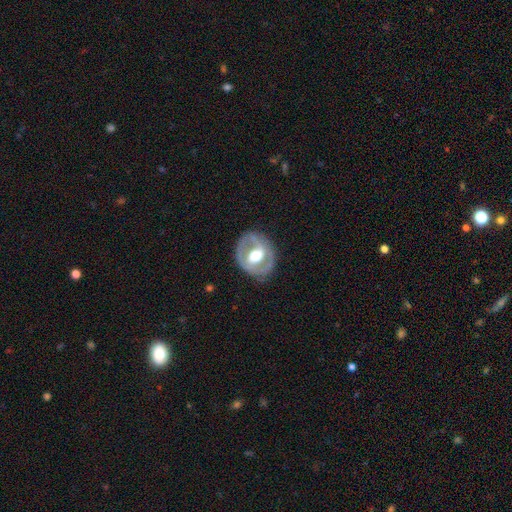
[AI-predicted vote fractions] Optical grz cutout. It shows a featured or disk galaxy (73%) with a weak bar (36%), no spiral arms (51%) and a moderate central bulge (66%). Merging: none (78%).